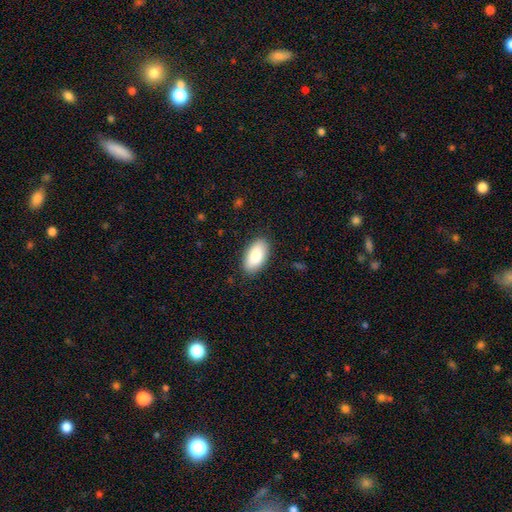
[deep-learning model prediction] Smooth or featured? Predicted: smooth (p=0.85). How rounded? Predicted: in between (p=0.94). Merging? Predicted: none (p=0.87).